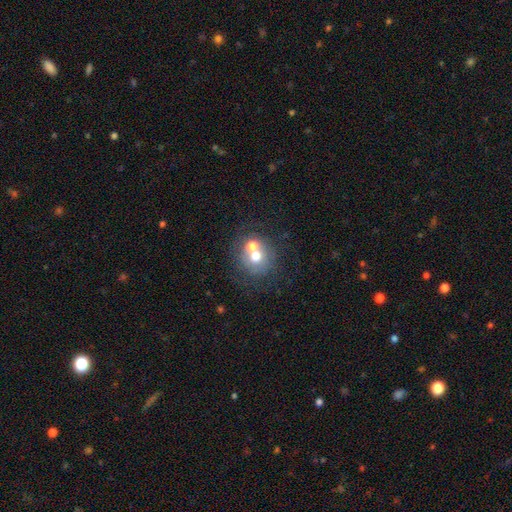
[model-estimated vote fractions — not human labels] A smooth galaxy with no disk features (59%) that is round (80%).

Vote fractions:
- Smooth or featured? smooth: 59% / featured or disk: 28% / star or artifact: 13%
- How rounded? round: 80% / in between: 19% / cigar-shaped: 1%
- Merging? merger: 47% / none: 40% / minor disturbance: 8% / major disturbance: 5%